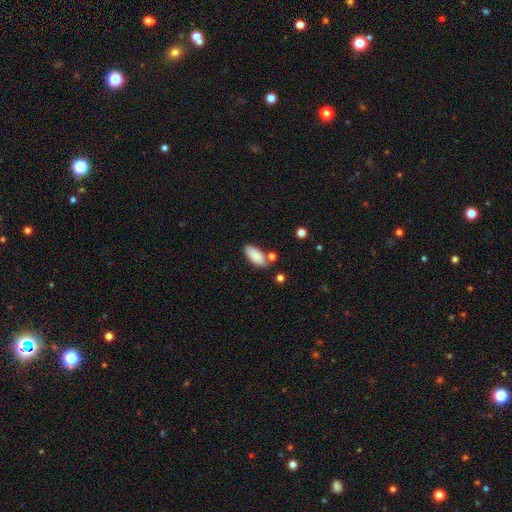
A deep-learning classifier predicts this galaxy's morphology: A smooth galaxy with no disk features (88%) that is in between round and cigar-shaped (88%). Merging: none (71%).